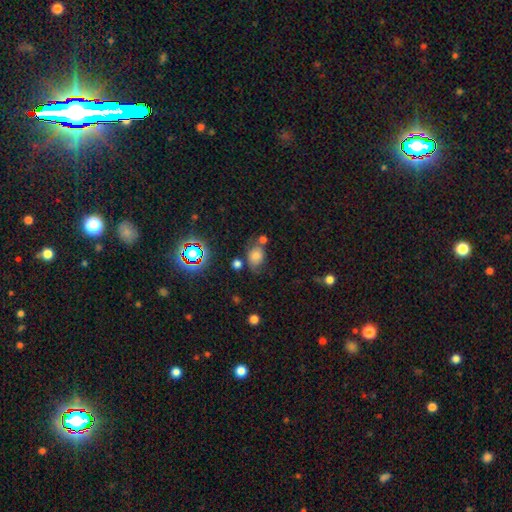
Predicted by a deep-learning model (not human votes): Overall: smooth (68%). How rounded: in between (61%; round 37%). Merging: none (55%; minor disturbance 22%).